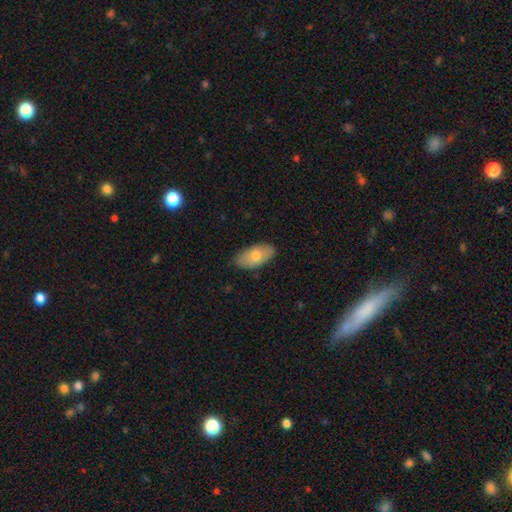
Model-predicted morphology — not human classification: Smooth or featured?
  - smooth: 73% *
  - featured or disk: 20%
  - star or artifact: 6%
How rounded?
  - in between: 93% *
  - cigar-shaped: 4%
  - round: 3%
Merging?
  - none: 83% *
  - minor disturbance: 14%
  - major disturbance: 2%
  - merger: 1%